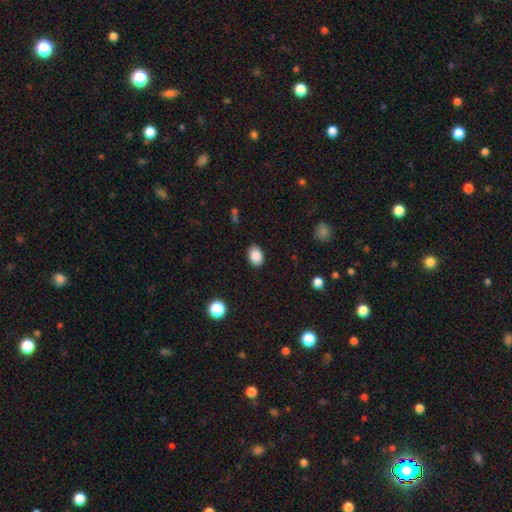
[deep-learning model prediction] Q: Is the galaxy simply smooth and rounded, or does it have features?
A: smooth — 88%.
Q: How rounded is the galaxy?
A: in between — 79%.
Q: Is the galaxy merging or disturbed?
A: none — 88%.